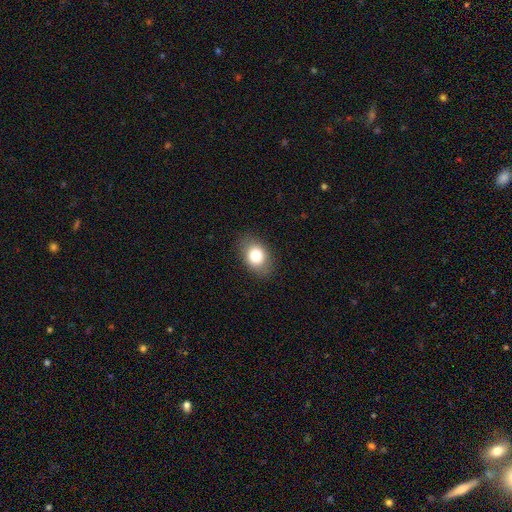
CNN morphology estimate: type=smooth (79%); roundness=in between (71%); merging=none (84%).